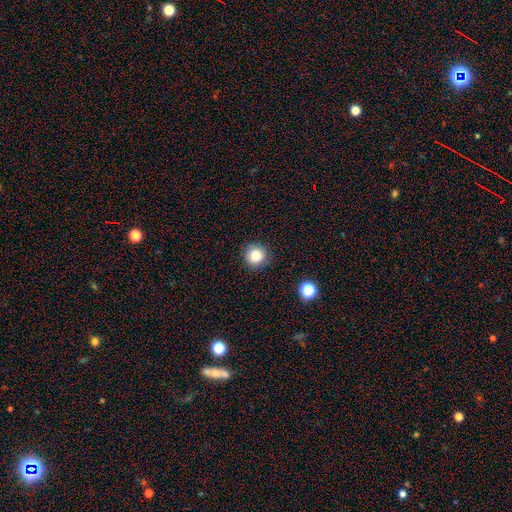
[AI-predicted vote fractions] smooth-or-featured: smooth: 84% | star or artifact: 11% | featured or disk: 5%
  how-rounded: round: 94% | in between: 5% | cigar-shaped: 1%
  merging: none: 88% | minor disturbance: 8% | major disturbance: 2% | merger: 1%